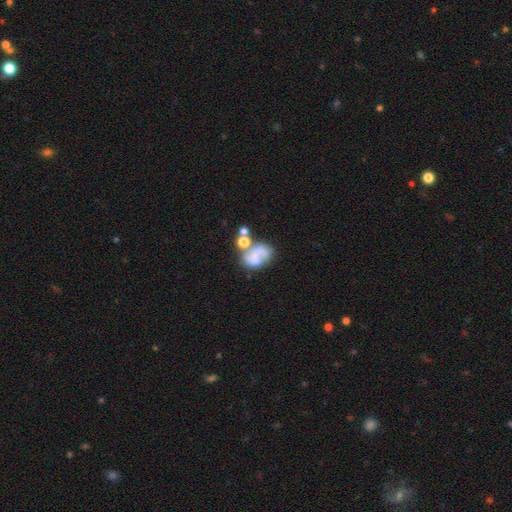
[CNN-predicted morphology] Overall: smooth (47%; featured or disk 40%). Merging: none (31%; merger 30%).